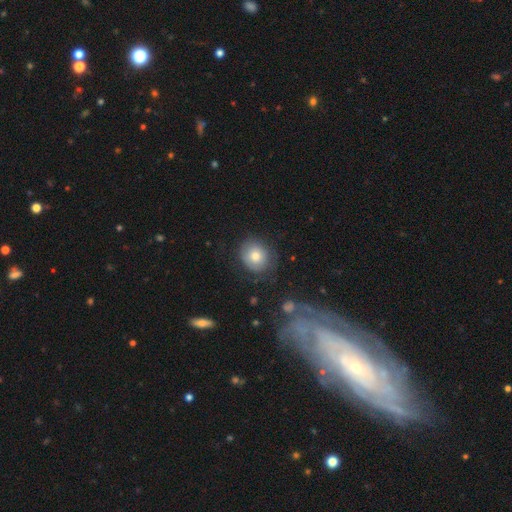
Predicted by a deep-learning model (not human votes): Overall: smooth (70%). How rounded: round (79%). Merging: none (75%).